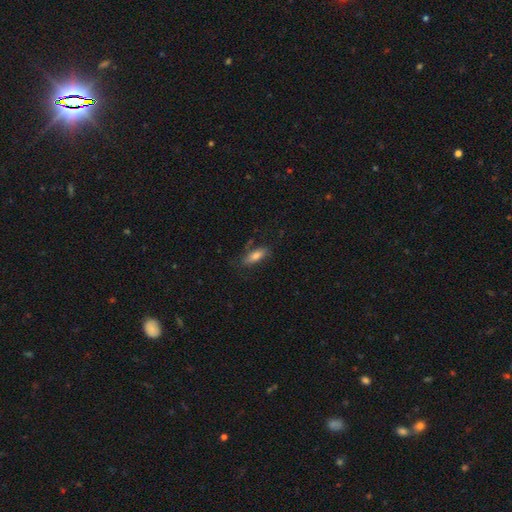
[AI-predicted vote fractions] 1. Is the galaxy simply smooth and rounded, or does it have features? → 75% smooth, 18% featured or disk, 8% star or artifact.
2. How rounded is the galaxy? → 68% in between, 29% cigar-shaped, 2% round.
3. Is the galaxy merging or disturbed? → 71% none, 19% minor disturbance, 6% major disturbance, 3% merger.